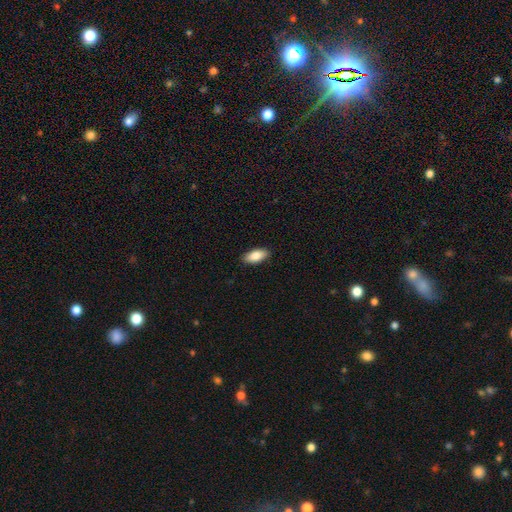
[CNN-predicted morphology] The model was most divided on "smooth or featured": smooth: 84%, featured or disk: 10%, star or artifact: 6%. More confident: merging — none (90%); how rounded — in between (88%).